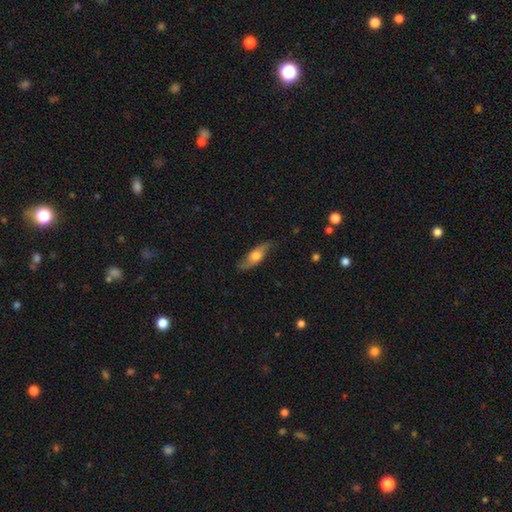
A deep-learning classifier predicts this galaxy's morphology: This appears to be a featured or disk galaxy (57%). Merging: none (75%).